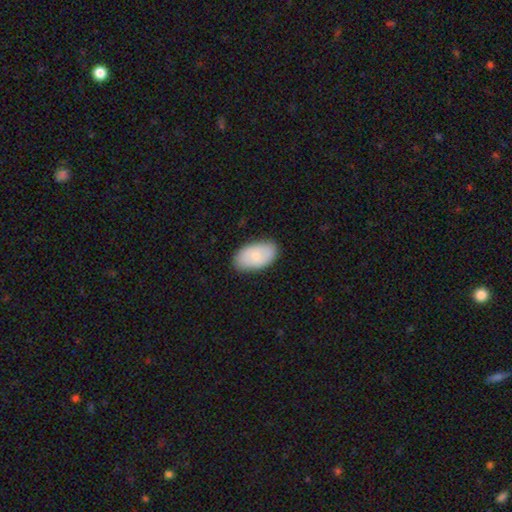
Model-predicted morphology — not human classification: smooth_or_featured: smooth (p=0.73) [alt: featured or disk p=0.21]
how_rounded: in between (p=0.94) [alt: round p=0.04]
merging: none (p=0.84) [alt: minor disturbance p=0.13]